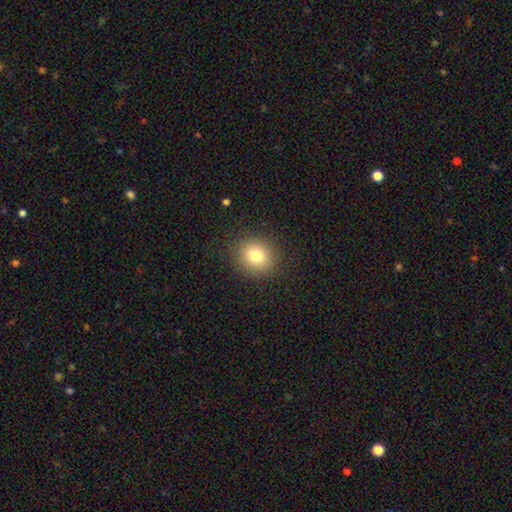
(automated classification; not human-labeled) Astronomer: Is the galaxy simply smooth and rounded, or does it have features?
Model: smooth — 79%.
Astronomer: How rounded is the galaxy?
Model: round — 80%.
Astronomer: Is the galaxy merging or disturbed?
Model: none — 89%.